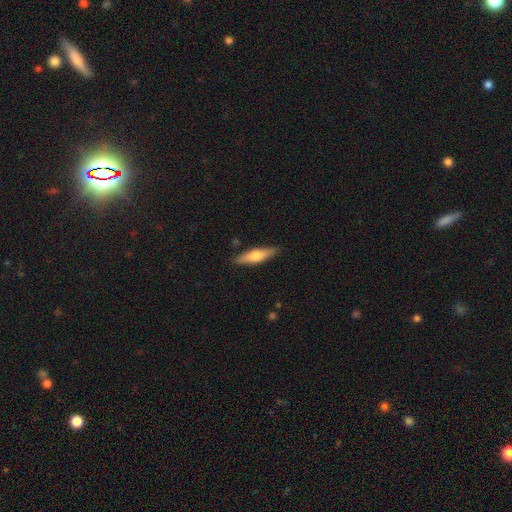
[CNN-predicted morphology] This appears to be a smooth galaxy with no disk features (57%) that is cigar-shaped (67%). Merging: none (87%).